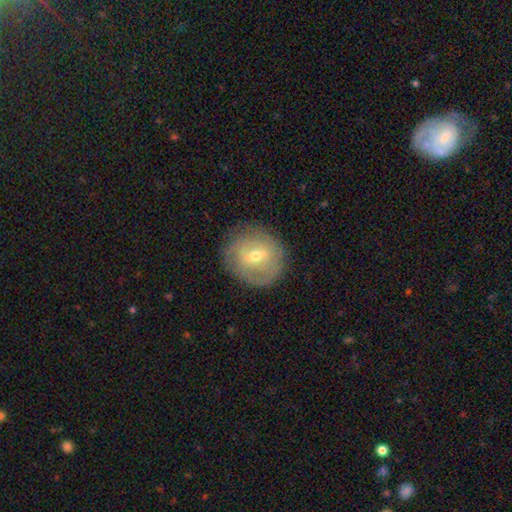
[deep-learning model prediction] Smooth or featured? featured or disk (59%)
Edge-on disk? no (95%)
Bar? weak (51%)
Spiral arms? yes (61%)
Bulge size? moderate (55%)
Merging? none (79%)